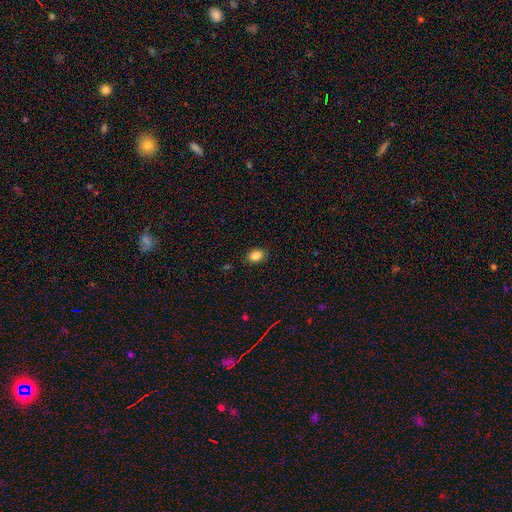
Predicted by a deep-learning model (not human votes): A smooth galaxy with no disk features (87%) that is in between round and cigar-shaped (81%).

Vote fractions:
- Smooth or featured? smooth: 87% / star or artifact: 9% / featured or disk: 4%
- How rounded? in between: 81% / round: 17% / cigar-shaped: 1%
- Merging? none: 86% / minor disturbance: 10% / major disturbance: 2% / merger: 1%